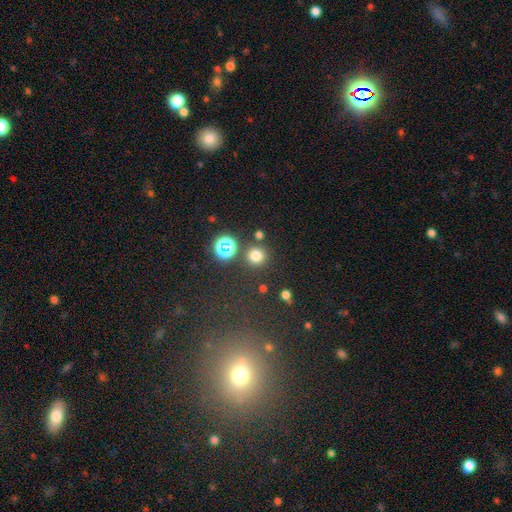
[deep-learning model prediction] The model was most divided on "smooth or featured": smooth: 74%, star or artifact: 20%, featured or disk: 6%. More confident: how rounded — round (93%); merging — none (83%).